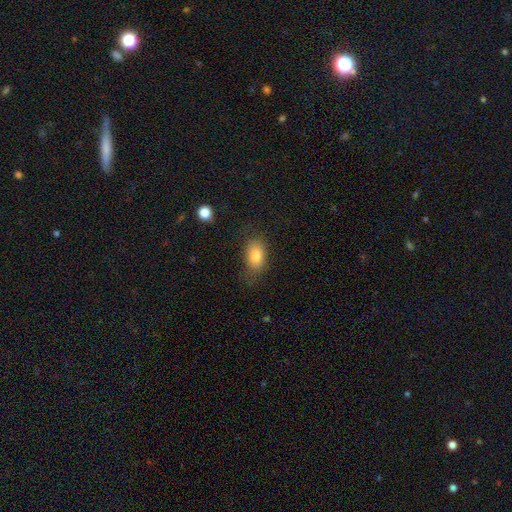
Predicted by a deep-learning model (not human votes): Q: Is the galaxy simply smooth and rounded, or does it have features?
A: smooth — 82%.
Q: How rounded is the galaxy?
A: in between — 85%.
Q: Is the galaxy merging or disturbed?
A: none — 70%.